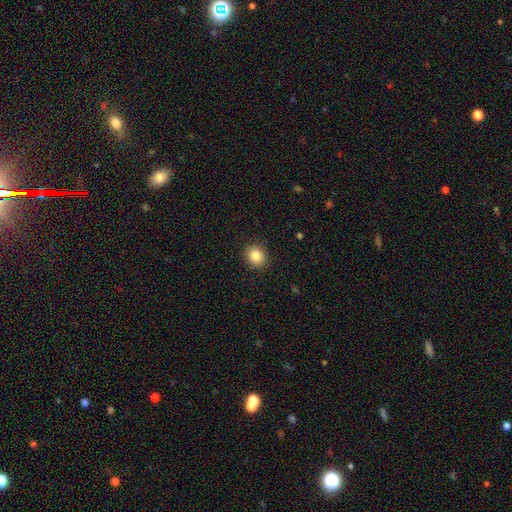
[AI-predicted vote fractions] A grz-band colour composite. It shows a smooth galaxy with no disk features (85%) that is round (71%). Merging: none (91%).